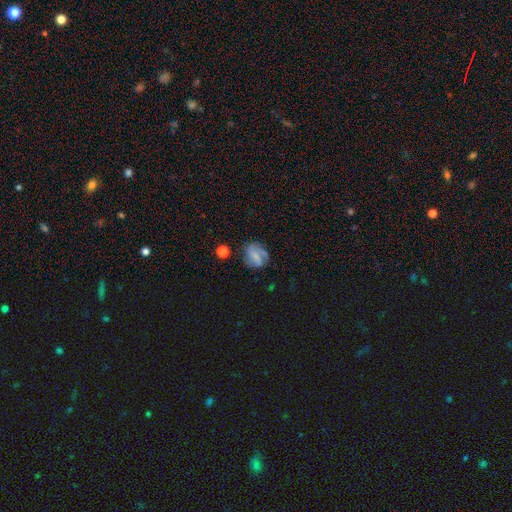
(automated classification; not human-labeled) smooth_or_featured: featured or disk (p=0.50) [alt: smooth p=0.39]
disk_edge_on: no (p=0.97) [alt: yes p=0.03]
merging: none (p=0.57) [alt: minor disturbance p=0.23]